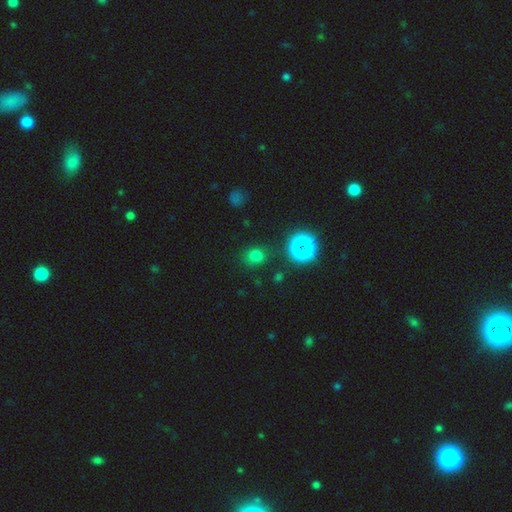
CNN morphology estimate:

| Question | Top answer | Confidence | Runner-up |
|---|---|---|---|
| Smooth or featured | smooth | 73% | star or artifact (21%) |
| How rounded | round | 75% | in between (24%) |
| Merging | none | 81% | minor disturbance (12%) |